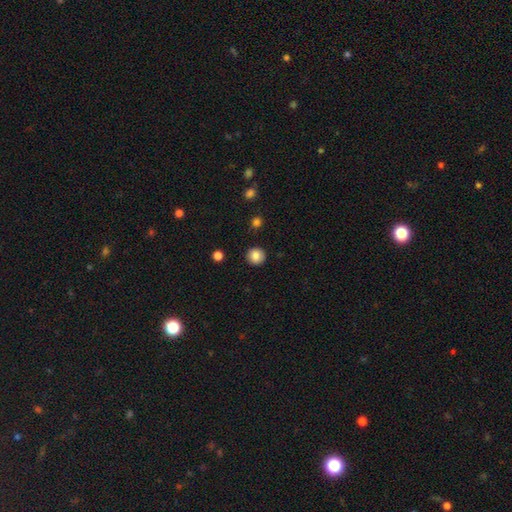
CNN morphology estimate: A smooth galaxy with no disk features (85%) that is round (93%). Merging: none (92%).